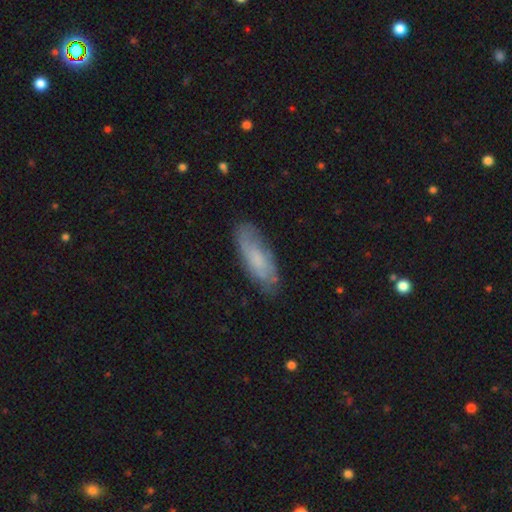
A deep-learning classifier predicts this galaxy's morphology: Smooth or featured?
  - smooth: 57% *
  - featured or disk: 35%
  - star or artifact: 8%
How rounded?
  - in between: 57% *
  - cigar-shaped: 41%
  - round: 2%
Merging?
  - none: 77% *
  - minor disturbance: 17%
  - major disturbance: 4%
  - merger: 1%